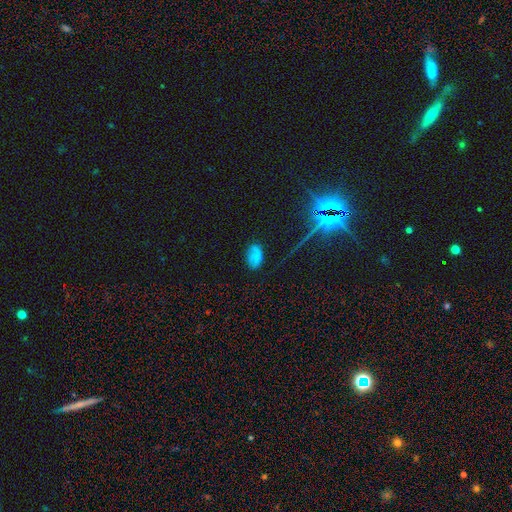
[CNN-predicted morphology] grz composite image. It shows a smooth galaxy with no disk features (68%) that is in between round and cigar-shaped (91%). Merging: none (69%).